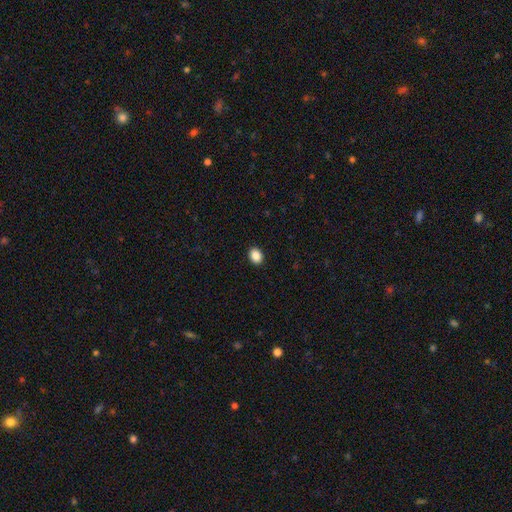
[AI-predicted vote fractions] This is clearly a smooth galaxy (88%). How rounded: possibly in between (57%). Merging: clearly none (92%).